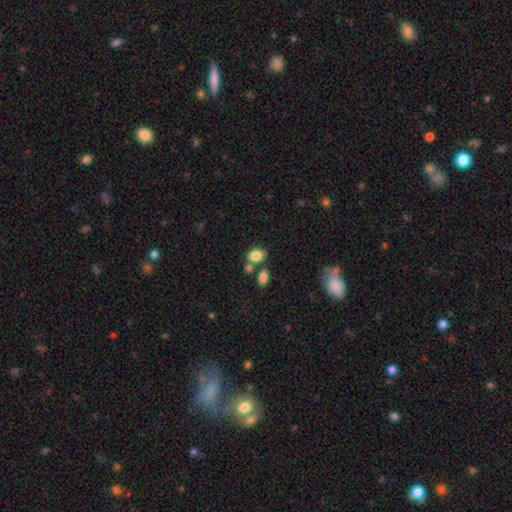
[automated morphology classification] The model was most divided on "merging": none: 56%, merger: 28%, minor disturbance: 12%, major disturbance: 4%. More confident: smooth or featured — smooth (83%); how rounded — in between (75%).